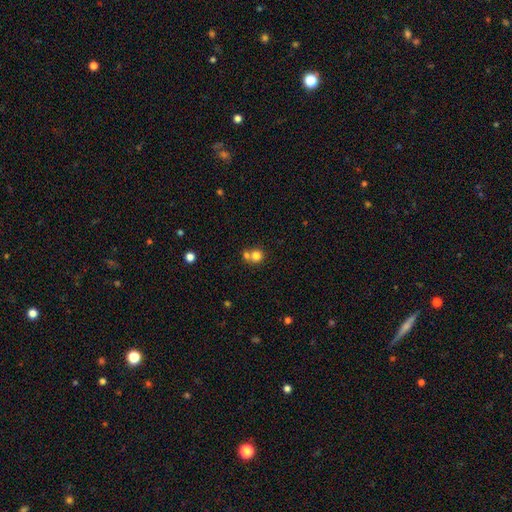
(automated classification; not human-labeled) Smooth or featured? Predicted: smooth (p=0.78). How rounded? Predicted: round (p=0.86). Merging? Predicted: none (p=0.45, tied with merger).